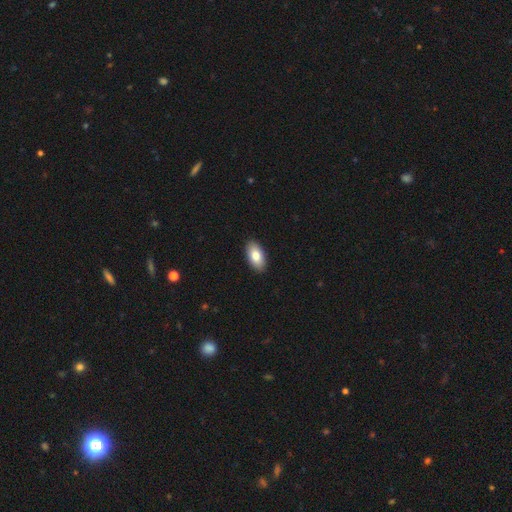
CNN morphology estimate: Smooth or featured?
  - smooth: 83% *
  - featured or disk: 11%
  - star or artifact: 6%
How rounded?
  - in between: 94% *
  - cigar-shaped: 3%
  - round: 3%
Merging?
  - none: 91% *
  - minor disturbance: 7%
  - major disturbance: 1%
  - merger: 1%